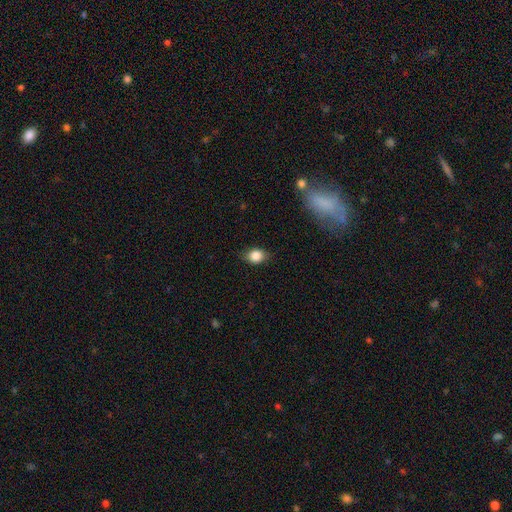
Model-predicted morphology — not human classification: Smooth or featured? Predicted: smooth (p=0.84). How rounded? Predicted: in between (p=0.62). Merging? Predicted: none (p=0.81).